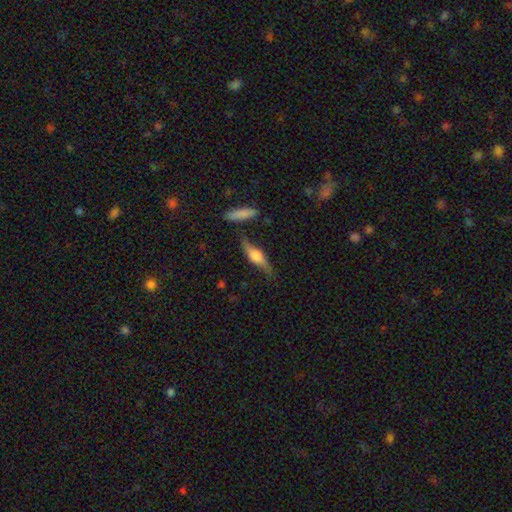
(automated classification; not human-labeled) Morphology: type=featured or disk (52%); edge-on=yes (87%); merging=none (70%).